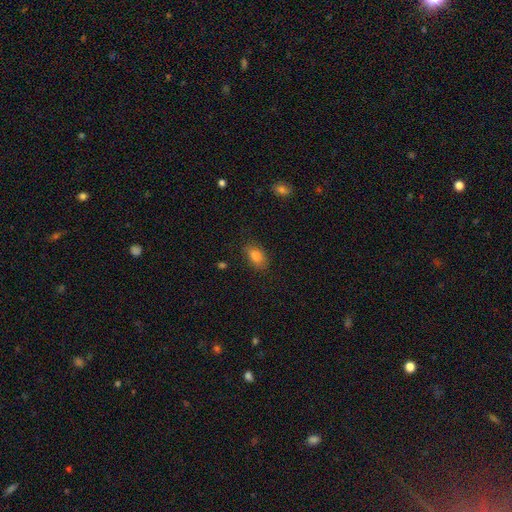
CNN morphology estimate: smooth-or-featured: smooth: 83% | star or artifact: 9% | featured or disk: 8%
  how-rounded: in between: 87% | round: 11% | cigar-shaped: 2%
  merging: none: 77% | minor disturbance: 17% | major disturbance: 4% | merger: 2%